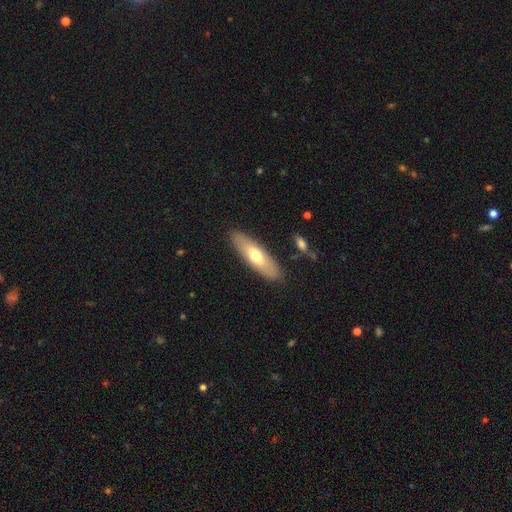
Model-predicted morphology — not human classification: Q: Smooth or featured?
A: smooth (61%); runner-up: featured or disk (33%)
Q: How rounded?
A: in between (52%); runner-up: cigar-shaped (46%)
Q: Merging?
A: none (87%); runner-up: minor disturbance (9%)